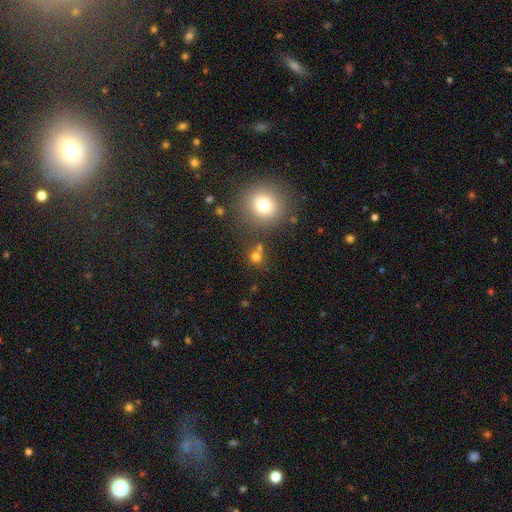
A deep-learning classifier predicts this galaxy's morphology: Smooth or featured? Predicted: smooth (p=0.67). How rounded? Predicted: round (p=0.90). Merging? Predicted: none (p=0.78).